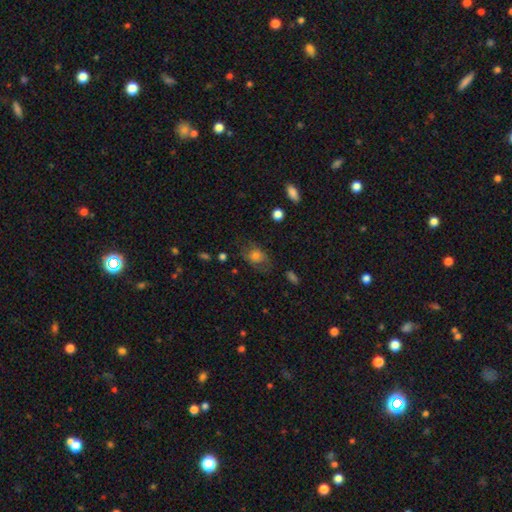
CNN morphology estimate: type=smooth (65%); roundness=in between (68%); merging=none (57%).